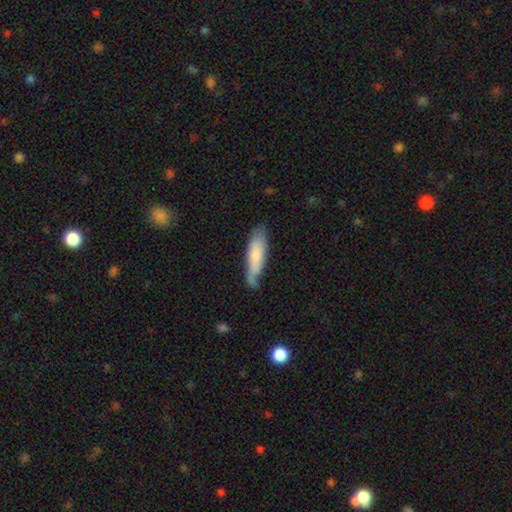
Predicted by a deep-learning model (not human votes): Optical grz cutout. It shows a smooth galaxy with no disk features (73%) that is cigar-shaped (65%). Merging: none (64%).